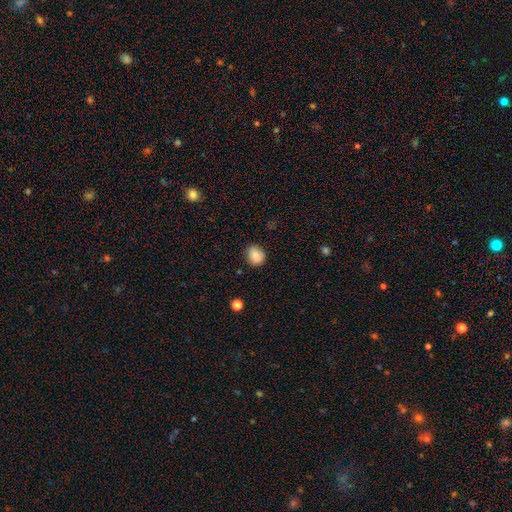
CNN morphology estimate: This is clearly a smooth galaxy (83%). How rounded: possibly round (58%). Merging: likely none (79%).